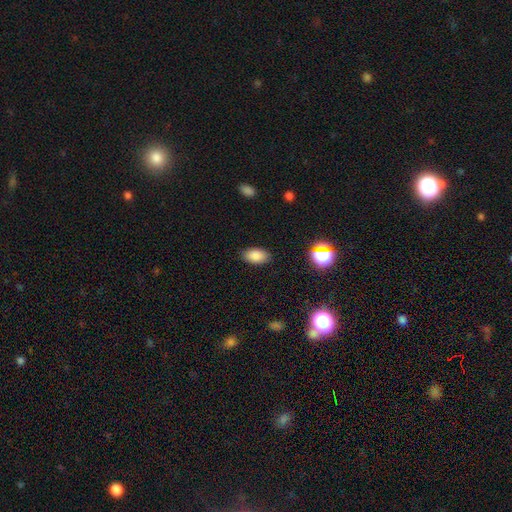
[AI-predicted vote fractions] Overall: smooth (83%). How rounded: in between (92%). Merging: none (87%).